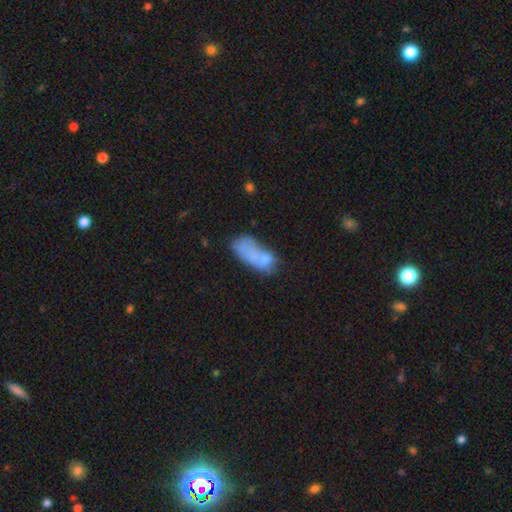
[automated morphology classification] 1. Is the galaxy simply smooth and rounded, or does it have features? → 62% smooth, 26% featured or disk, 12% star or artifact.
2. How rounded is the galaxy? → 77% in between, 16% cigar-shaped, 6% round.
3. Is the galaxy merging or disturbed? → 35% merger, 29% none, 19% minor disturbance, 17% major disturbance.